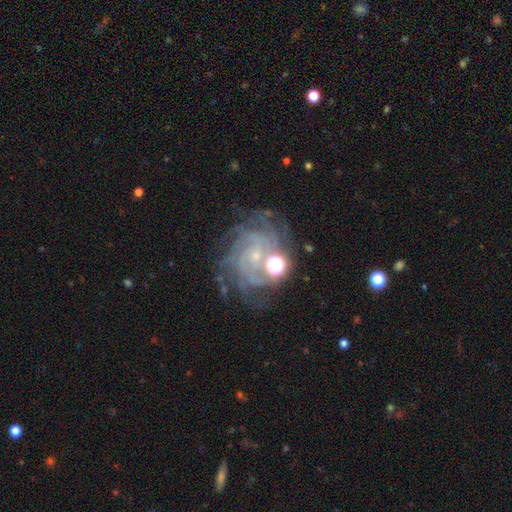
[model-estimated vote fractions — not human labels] A featured or disk galaxy (77%) with no bar (66%), tight (67%) spiral arms (93%) and a small central bulge (67%). Merging: none (67%).